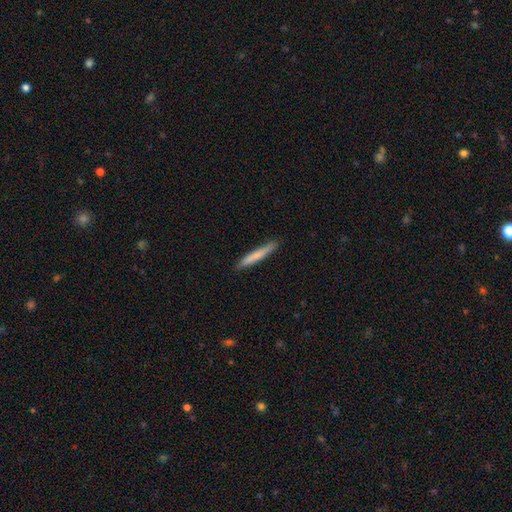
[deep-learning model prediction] The model was most divided on "smooth or featured": smooth: 72%, featured or disk: 22%, star or artifact: 5%. More confident: how rounded — cigar-shaped (96%); merging — none (90%).